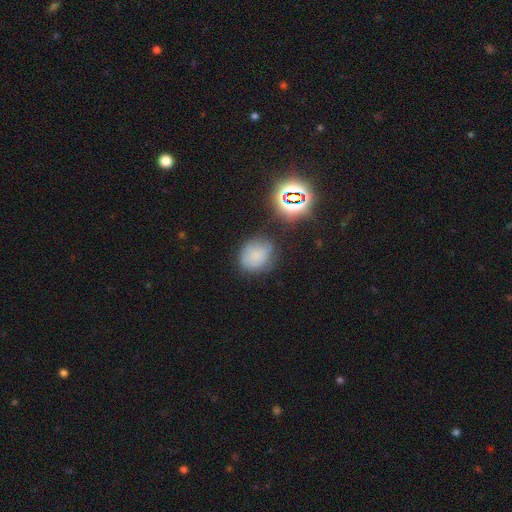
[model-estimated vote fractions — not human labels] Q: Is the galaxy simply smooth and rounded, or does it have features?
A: smooth — 69%.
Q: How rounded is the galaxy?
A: round — 63%.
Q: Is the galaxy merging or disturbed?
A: none — 64%.